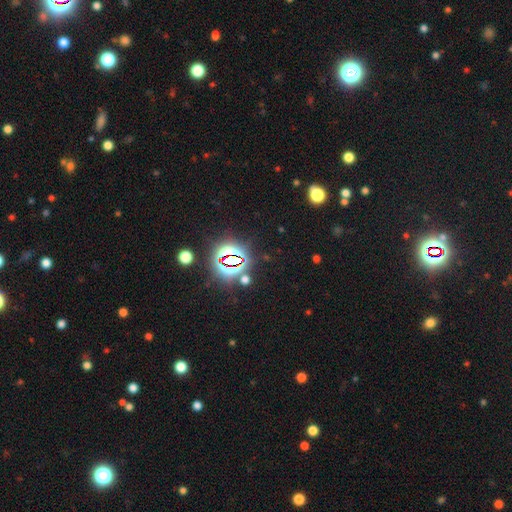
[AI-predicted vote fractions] star or artifact 84%, smooth 10%, featured or disk 7%.